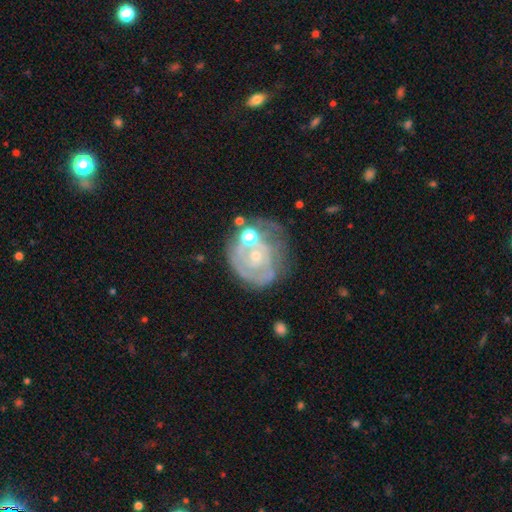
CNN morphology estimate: Smooth or featured: featured or disk — 76% (smooth — 16%)
Edge-on disk: no — 98% (yes — 2%)
Bar: no — 80% (weak — 16%)
Spiral arms: yes — 76% (no — 24%)
Spiral winding: tight — 69% (medium — 22%)
Spiral arm count: can't tell — 44% (2 — 26%)
Bulge size: small — 58% (moderate — 36%)
Merging: none — 48% (minor disturbance — 23%)